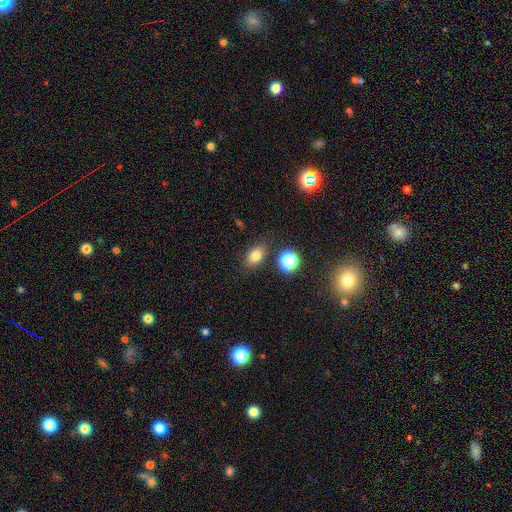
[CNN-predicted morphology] Q: Smooth or featured?
A: smooth (76%); runner-up: star or artifact (14%)
Q: How rounded?
A: in between (76%); runner-up: round (22%)
Q: Merging?
A: none (81%); runner-up: minor disturbance (12%)